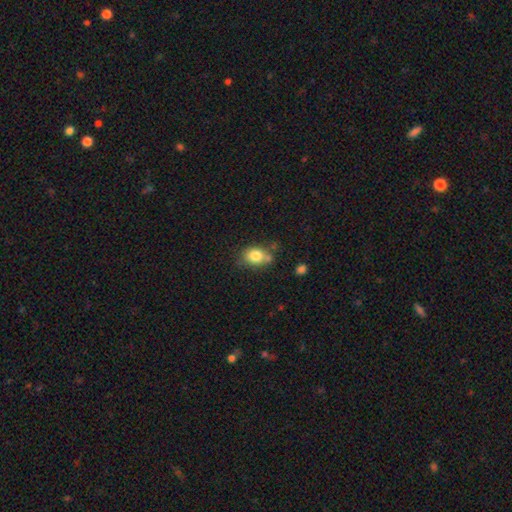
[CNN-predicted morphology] Smooth or featured: smooth — 80% (featured or disk — 10%)
How rounded: in between — 56% (round — 43%)
Merging: none — 59% (minor disturbance — 21%)